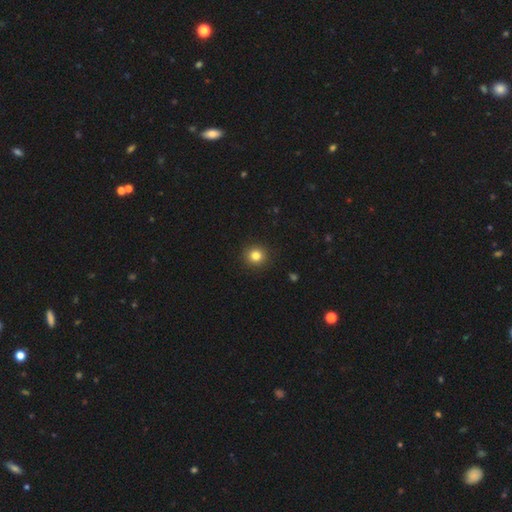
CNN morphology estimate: type=smooth (82%); roundness=round (92%); merging=none (92%).